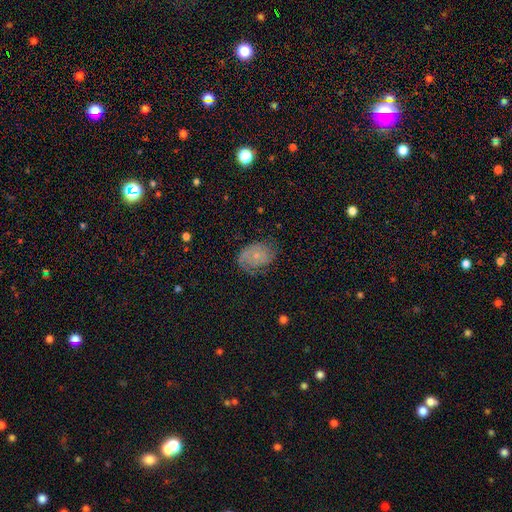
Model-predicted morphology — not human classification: Q: Smooth or featured?
A: featured or disk (59%); runner-up: smooth (31%)
Q: Edge-on disk?
A: no (97%); runner-up: yes (3%)
Q: Bar?
A: no (81%); runner-up: weak (17%)
Q: Spiral arms?
A: yes (85%); runner-up: no (15%)
Q: Bulge size?
A: small (74%); runner-up: moderate (19%)
Q: Merging?
A: none (65%); runner-up: minor disturbance (23%)